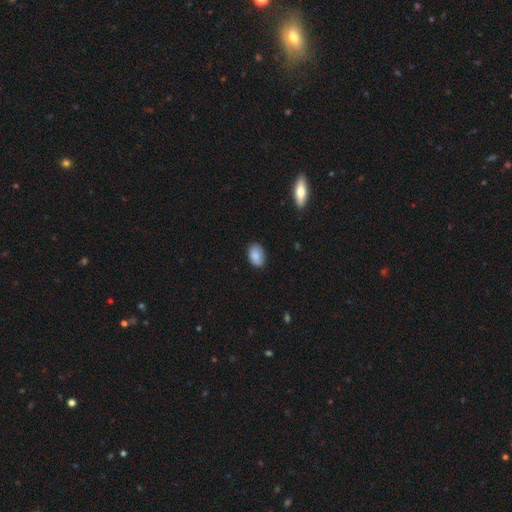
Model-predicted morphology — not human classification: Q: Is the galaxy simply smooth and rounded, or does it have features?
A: smooth — 86%.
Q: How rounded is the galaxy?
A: in between — 89%.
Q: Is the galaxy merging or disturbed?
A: none — 80%.